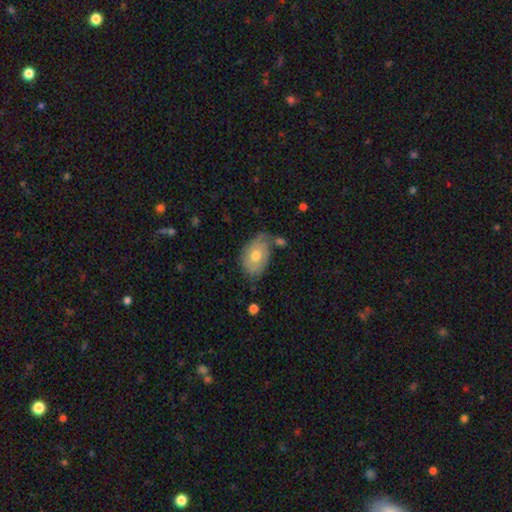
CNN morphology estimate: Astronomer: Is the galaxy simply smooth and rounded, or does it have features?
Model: smooth — 61%.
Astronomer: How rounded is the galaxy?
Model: in between — 85%.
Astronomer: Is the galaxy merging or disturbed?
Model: none — 54% (runner-up: minor disturbance, 30%).